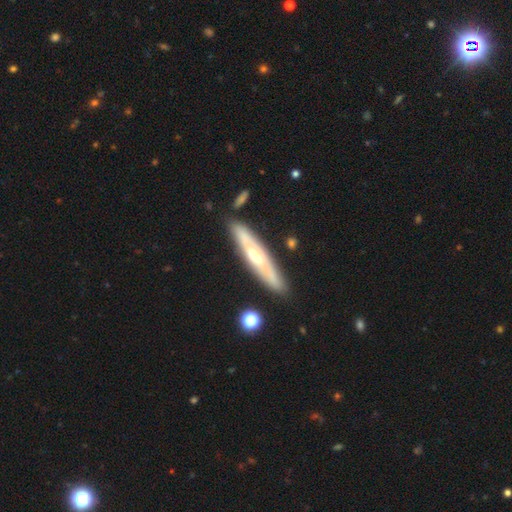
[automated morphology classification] A featured or disk galaxy (64%) viewed edge-on (67%). Merging: none (83%).